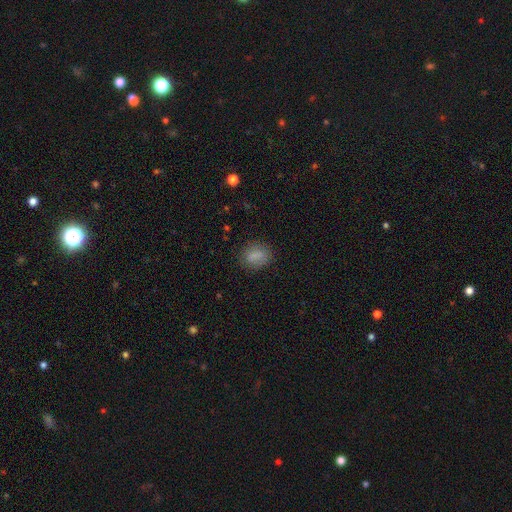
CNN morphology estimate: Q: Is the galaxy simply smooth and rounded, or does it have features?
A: smooth — 83%.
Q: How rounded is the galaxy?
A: in between — 50%.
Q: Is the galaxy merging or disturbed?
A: none — 81%.